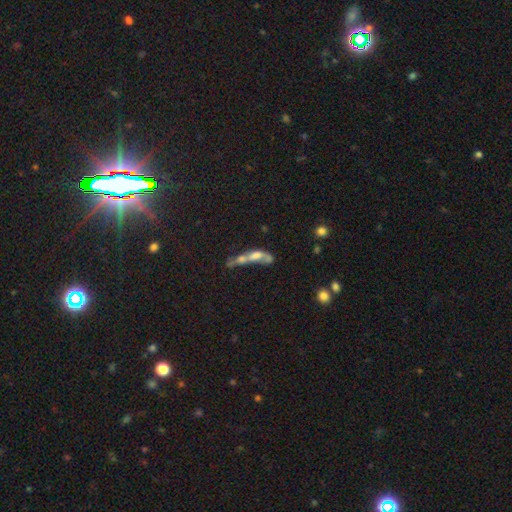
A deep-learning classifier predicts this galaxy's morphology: smooth 43%, featured or disk 42%, star or artifact 15%. Down the decision tree: merging — merger (57%).